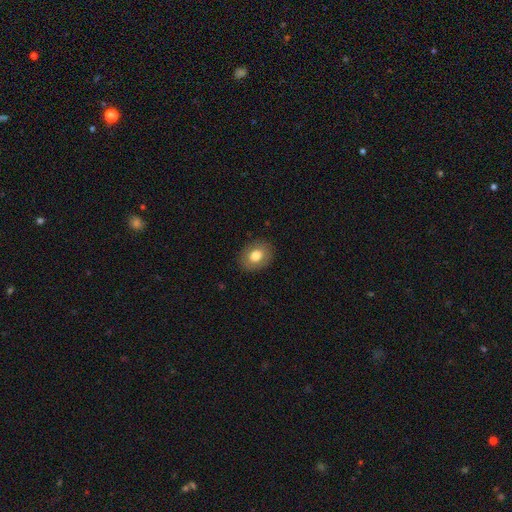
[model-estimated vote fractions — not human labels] A smooth galaxy with no disk features (78%) that is in between round and cigar-shaped (56%).

Vote fractions:
- Smooth or featured? smooth: 78% / featured or disk: 14% / star or artifact: 8%
- How rounded? in between: 56% / round: 43% / cigar-shaped: 1%
- Merging? none: 88% / minor disturbance: 9% / major disturbance: 3% / merger: 1%